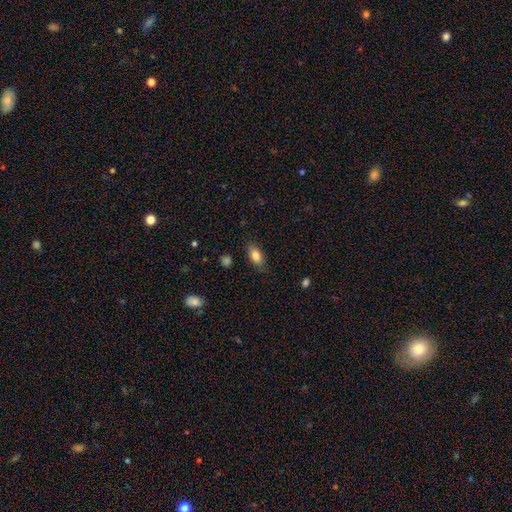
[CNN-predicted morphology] smooth_or_featured: smooth (p=0.82) [alt: featured or disk p=0.10]
how_rounded: in between (p=0.88) [alt: cigar-shaped p=0.06]
merging: none (p=0.80) [alt: minor disturbance p=0.15]